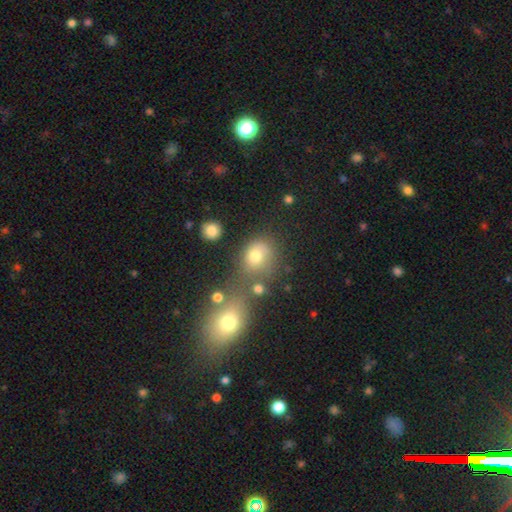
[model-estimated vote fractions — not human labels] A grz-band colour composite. It shows a smooth galaxy with no disk features (71%) that is round (62%). Merging: none (52%).